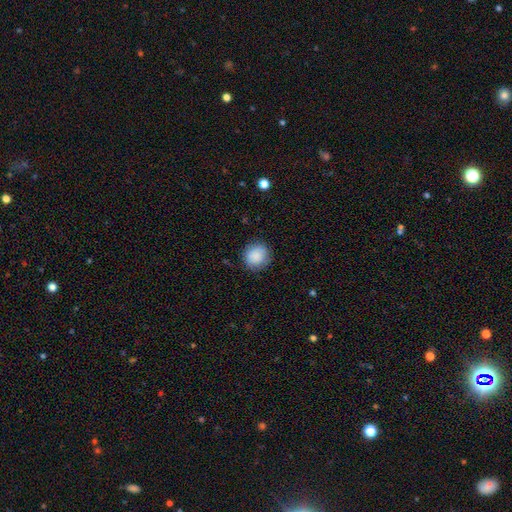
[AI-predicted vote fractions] smooth 87%, star or artifact 7%, featured or disk 6%. Down the decision tree: how rounded — round (85%); merging — none (82%).